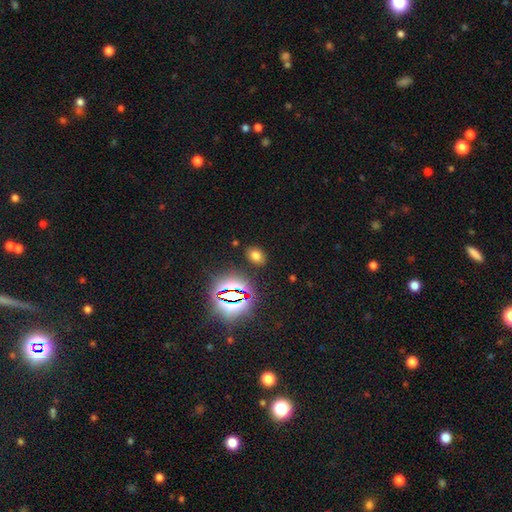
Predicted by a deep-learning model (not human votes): smooth-or-featured: smooth: 66% | star or artifact: 26% | featured or disk: 8%
  how-rounded: in between: 77% | round: 22% | cigar-shaped: 1%
  merging: none: 86% | minor disturbance: 9% | major disturbance: 3% | merger: 3%